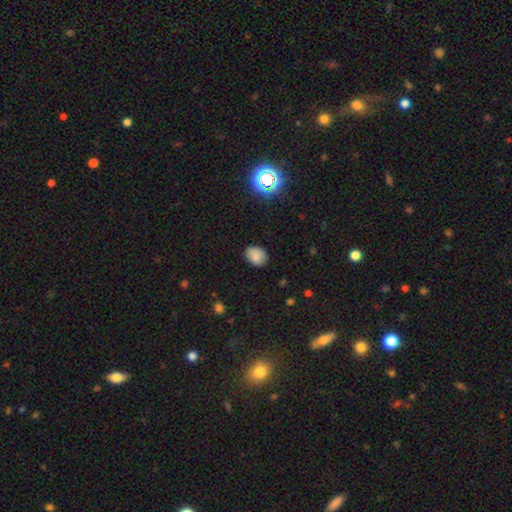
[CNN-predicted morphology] A smooth galaxy with no disk features (82%) that is in between round and cigar-shaped (68%).

Vote fractions:
- Smooth or featured? smooth: 82% / star or artifact: 12% / featured or disk: 5%
- How rounded? in between: 68% / round: 31% / cigar-shaped: 1%
- Merging? none: 81% / minor disturbance: 15% / major disturbance: 3% / merger: 1%